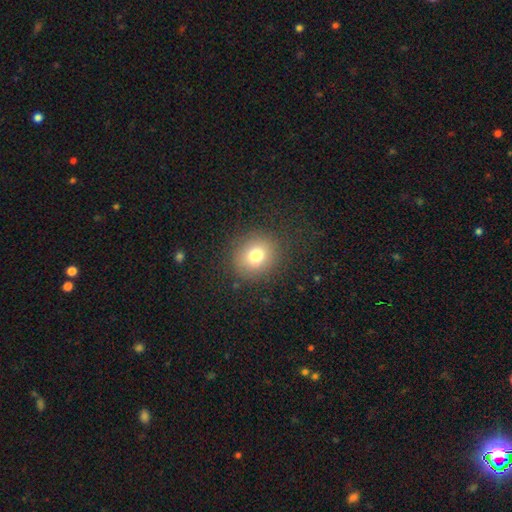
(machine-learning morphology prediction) smooth 76%, star or artifact 13%, featured or disk 11%. Down the decision tree: how rounded — round (79%); merging — none (85%).